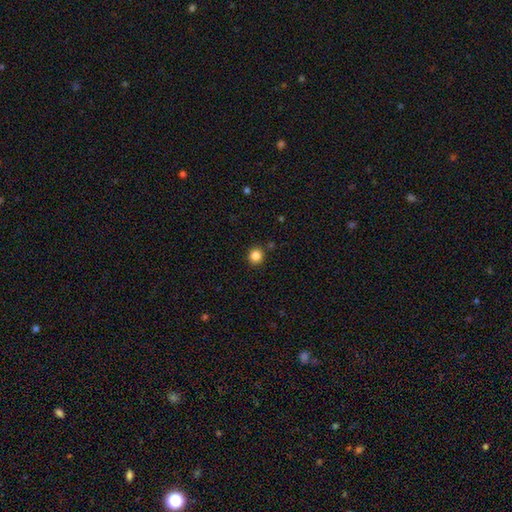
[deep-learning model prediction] Smooth or featured: smooth — 84% (star or artifact — 12%)
How rounded: round — 92% (in between — 7%)
Merging: none — 89% (minor disturbance — 6%)